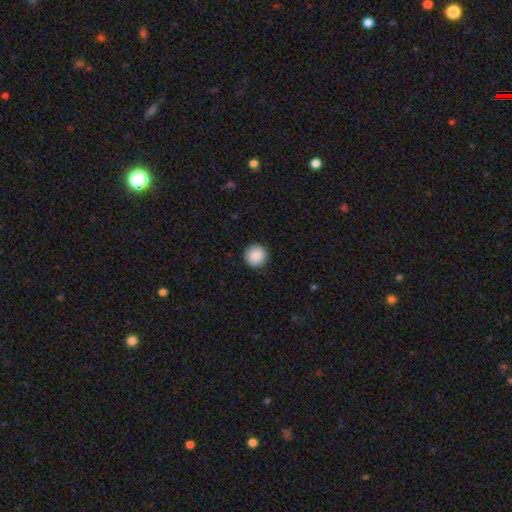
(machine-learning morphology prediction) smooth 89%, star or artifact 7%, featured or disk 3%. Down the decision tree: how rounded — round (95%); merging — none (92%).